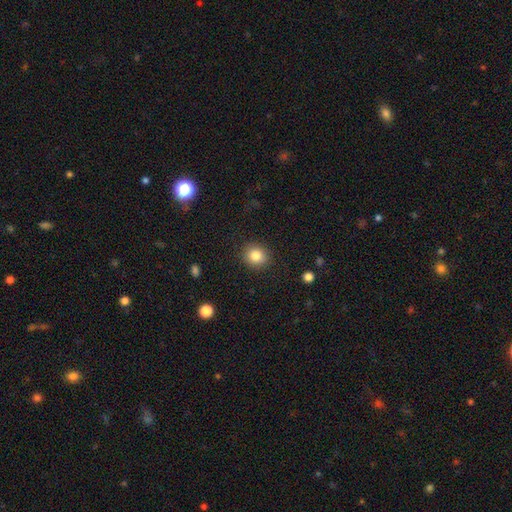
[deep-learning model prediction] Smooth or featured?
  - smooth: 83% *
  - star or artifact: 10%
  - featured or disk: 7%
How rounded?
  - round: 83% *
  - in between: 16%
  - cigar-shaped: 1%
Merging?
  - none: 89% *
  - minor disturbance: 7%
  - major disturbance: 2%
  - merger: 1%